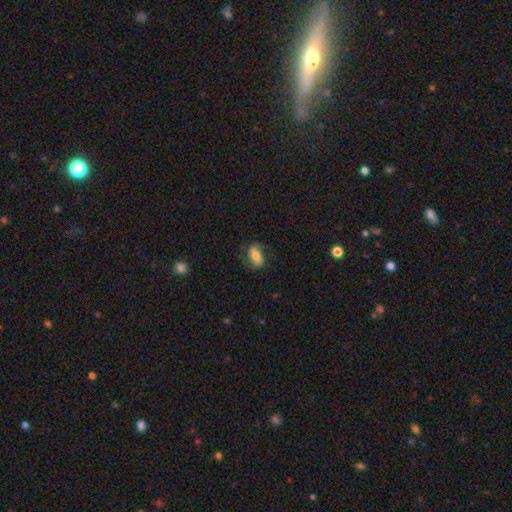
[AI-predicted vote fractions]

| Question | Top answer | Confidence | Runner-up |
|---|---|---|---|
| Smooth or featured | smooth | 64% | featured or disk (28%) |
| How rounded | in between | 86% | cigar-shaped (8%) |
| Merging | none | 68% | minor disturbance (21%) |